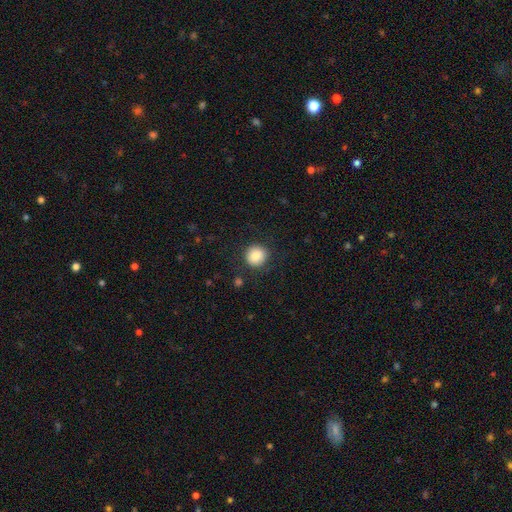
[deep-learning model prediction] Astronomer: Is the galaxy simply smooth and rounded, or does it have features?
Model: smooth — 85%.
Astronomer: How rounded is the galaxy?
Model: round — 90%.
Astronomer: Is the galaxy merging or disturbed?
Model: none — 87%.